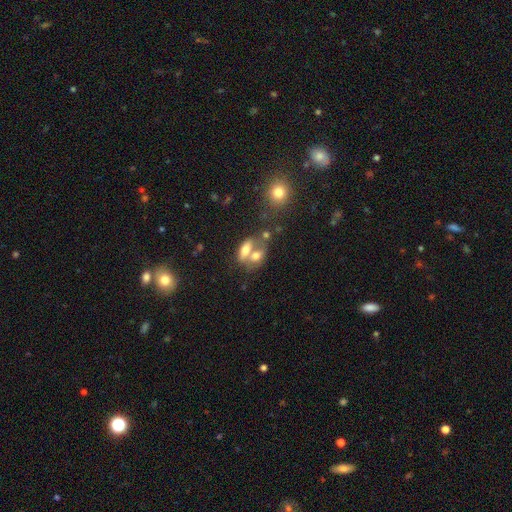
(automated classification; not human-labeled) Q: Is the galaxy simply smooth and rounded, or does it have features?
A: smooth — 65%.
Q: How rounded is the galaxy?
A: in between — 79%.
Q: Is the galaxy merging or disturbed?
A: merger — 61%.